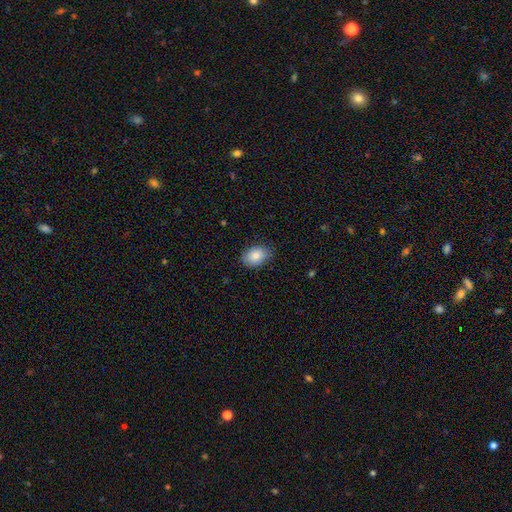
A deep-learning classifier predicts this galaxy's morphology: This appears to be a smooth galaxy with no disk features (86%) that is in between round and cigar-shaped (82%). Merging: none (82%).